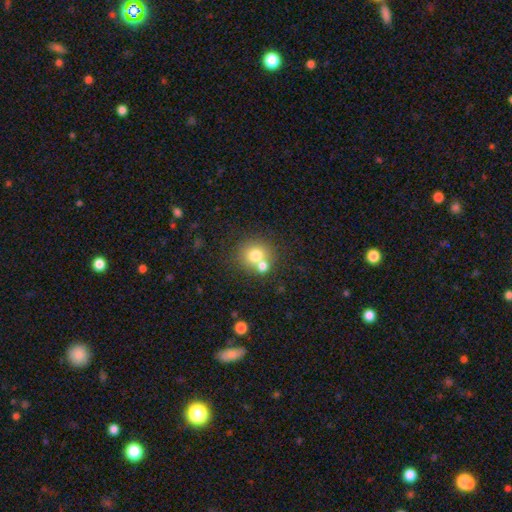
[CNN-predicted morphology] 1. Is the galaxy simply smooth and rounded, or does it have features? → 72% smooth, 15% featured or disk, 12% star or artifact.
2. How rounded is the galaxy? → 85% round, 14% in between, 1% cigar-shaped.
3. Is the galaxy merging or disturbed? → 52% none, 37% merger, 8% minor disturbance, 4% major disturbance.